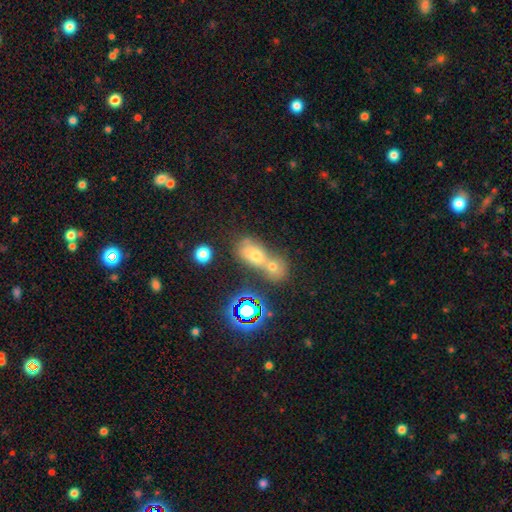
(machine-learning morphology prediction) Q: Smooth or featured?
A: smooth (54%); runner-up: star or artifact (27%)
Q: How rounded?
A: in between (70%); runner-up: round (24%)
Q: Merging?
A: merger (58%); runner-up: none (29%)